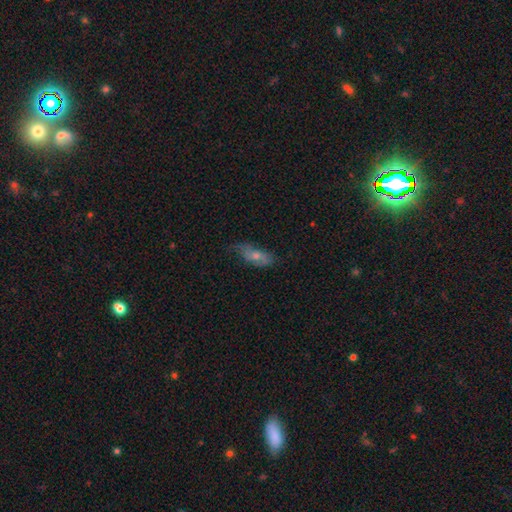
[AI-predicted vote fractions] This appears to be a smooth galaxy with no disk features (51%) that is in between round and cigar-shaped (77%). Merging: none (56%).